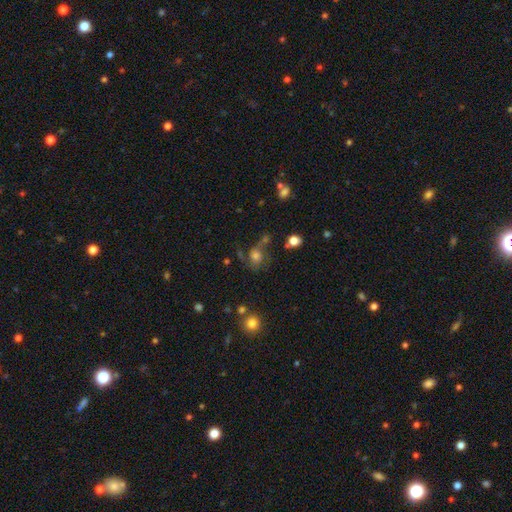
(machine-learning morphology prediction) Overall: smooth (46%; featured or disk 38%). Merging: none (40%; major disturbance 25%).